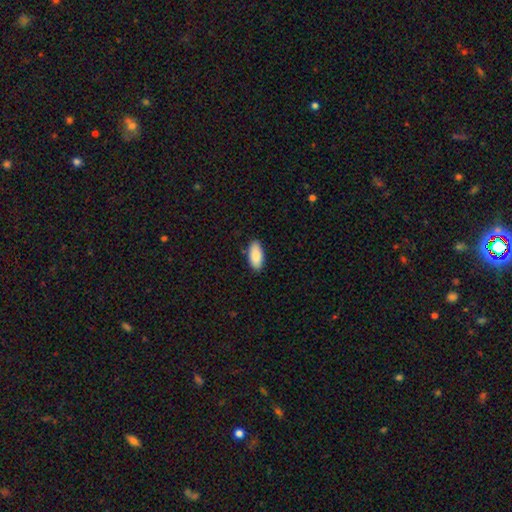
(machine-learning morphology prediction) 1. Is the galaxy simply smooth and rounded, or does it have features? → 88% smooth, 6% featured or disk, 6% star or artifact.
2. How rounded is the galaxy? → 91% in between, 7% cigar-shaped, 2% round.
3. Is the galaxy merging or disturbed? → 86% none, 11% minor disturbance, 2% major disturbance, 1% merger.